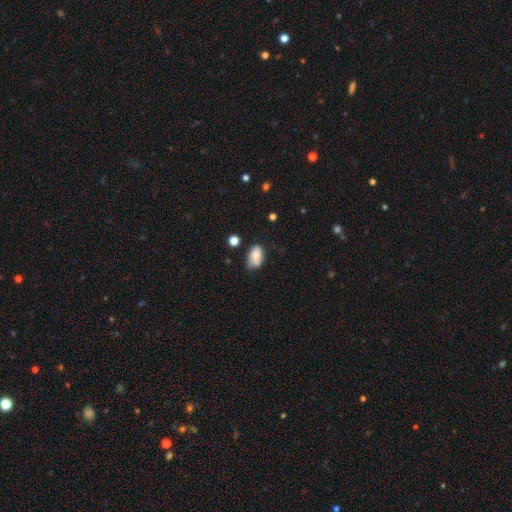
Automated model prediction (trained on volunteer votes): This appears to be a smooth galaxy with no disk features (74%) that is in between round and cigar-shaped (89%). Merging: none (46%).